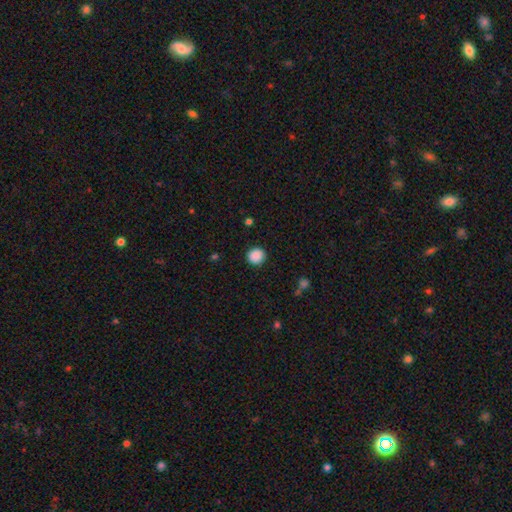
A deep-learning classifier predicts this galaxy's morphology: Q: Smooth or featured?
A: smooth (89%); runner-up: star or artifact (9%)
Q: How rounded?
A: round (90%); runner-up: in between (9%)
Q: Merging?
A: none (91%); runner-up: minor disturbance (6%)